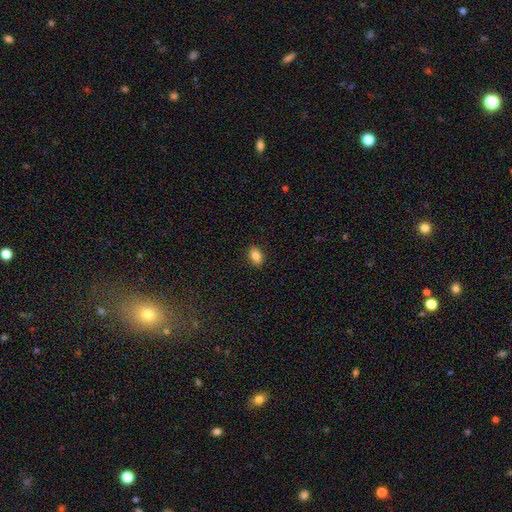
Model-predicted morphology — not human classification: A smooth galaxy with no disk features (84%) that is in between round and cigar-shaped (86%).

Vote fractions:
- Smooth or featured? smooth: 84% / star or artifact: 9% / featured or disk: 7%
- How rounded? in between: 86% / round: 12% / cigar-shaped: 3%
- Merging? none: 89% / minor disturbance: 8% / major disturbance: 2% / merger: 1%